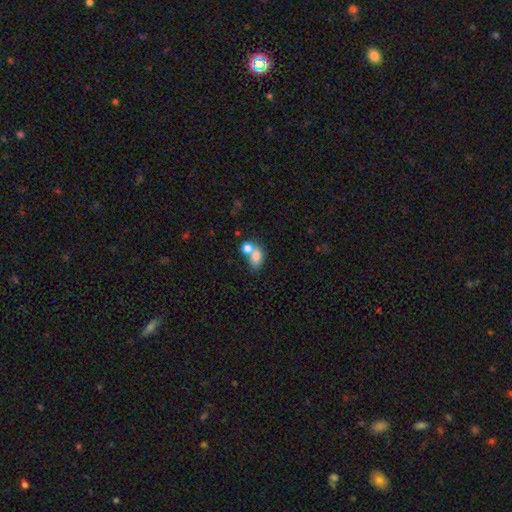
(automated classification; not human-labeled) Smooth or featured?
  - smooth: 77% *
  - featured or disk: 13%
  - star or artifact: 10%
How rounded?
  - in between: 75% *
  - round: 24%
  - cigar-shaped: 2%
Merging?
  - merger: 51% *
  - none: 34%
  - minor disturbance: 10%
  - major disturbance: 5%